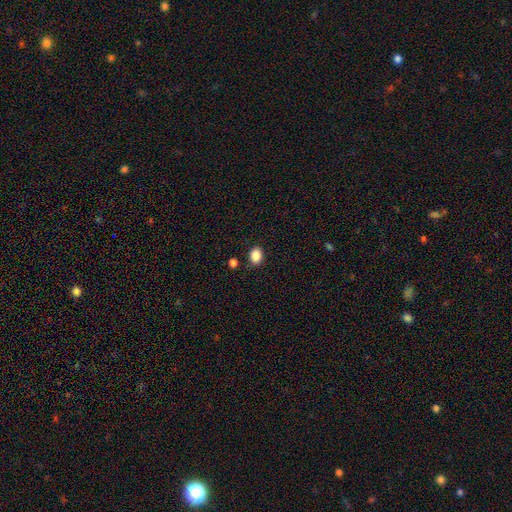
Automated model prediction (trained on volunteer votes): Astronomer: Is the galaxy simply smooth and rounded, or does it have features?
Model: smooth — 87%.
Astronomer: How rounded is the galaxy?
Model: in between — 70%.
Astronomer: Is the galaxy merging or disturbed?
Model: none — 84%.